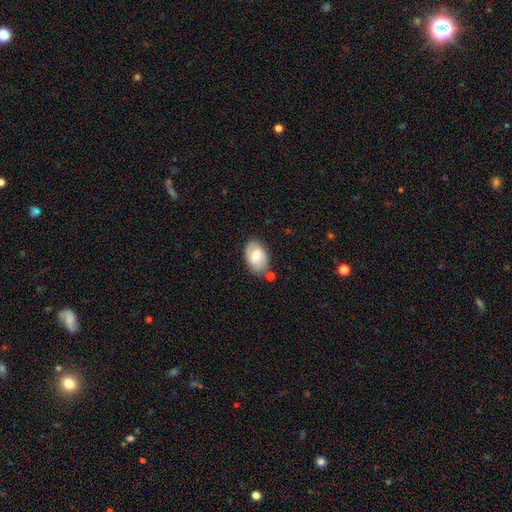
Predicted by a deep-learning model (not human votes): Smooth or featured? Predicted: smooth (p=0.57). How rounded? Predicted: in between (p=0.89). Merging? Predicted: none (p=0.69).